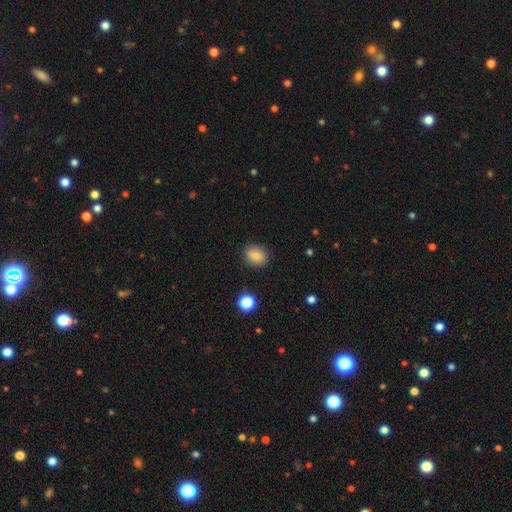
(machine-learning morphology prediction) Smooth or featured?
  - smooth: 80% *
  - star or artifact: 10%
  - featured or disk: 10%
How rounded?
  - round: 50% *
  - in between: 48%
  - cigar-shaped: 1%
Merging?
  - none: 86% *
  - minor disturbance: 10%
  - major disturbance: 3%
  - merger: 1%